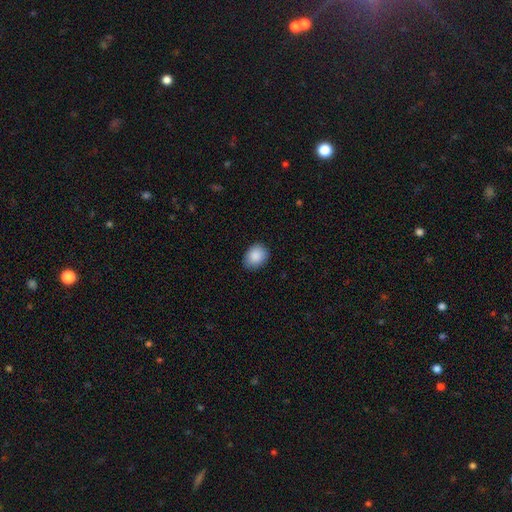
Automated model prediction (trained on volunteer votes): This appears to be a smooth galaxy with no disk features (88%) that is in between round and cigar-shaped (59%). Merging: none (83%).